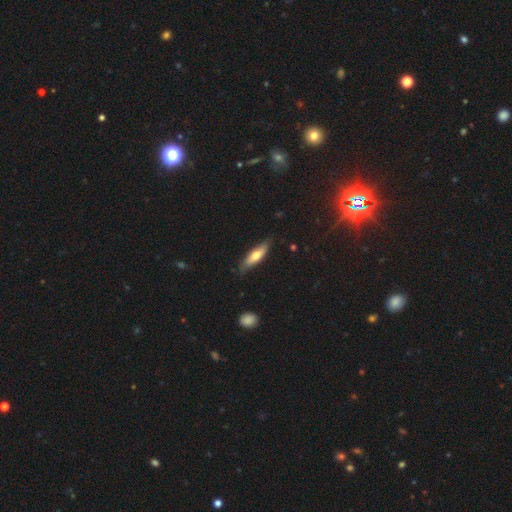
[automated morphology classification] A smooth galaxy with no disk features (60%) that is cigar-shaped (66%).

Vote fractions:
- Smooth or featured? smooth: 60% / featured or disk: 34% / star or artifact: 6%
- How rounded? cigar-shaped: 66% / in between: 32% / round: 2%
- Merging? none: 80% / minor disturbance: 16% / major disturbance: 3% / merger: 1%